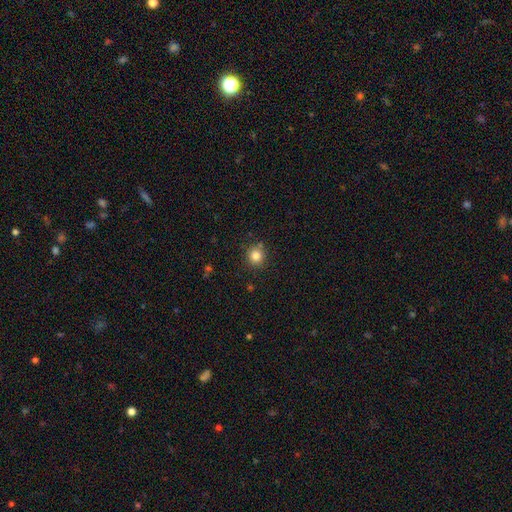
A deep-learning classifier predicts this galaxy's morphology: Smooth or featured? Predicted: smooth (p=0.83). How rounded? Predicted: round (p=0.91). Merging? Predicted: none (p=0.83).